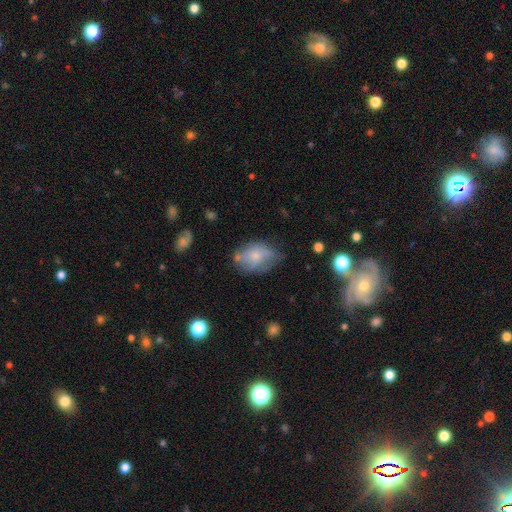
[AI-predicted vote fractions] Smooth or featured? smooth (59%)
How rounded? in between (81%)
Merging? none (44%)